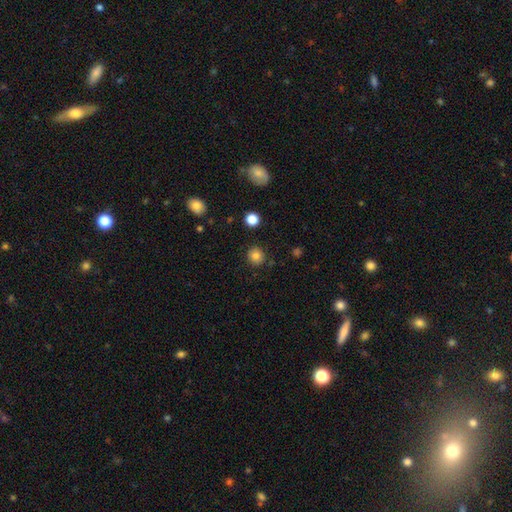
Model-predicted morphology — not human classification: A smooth galaxy with no disk features (82%) that is round (92%). Merging: none (89%).